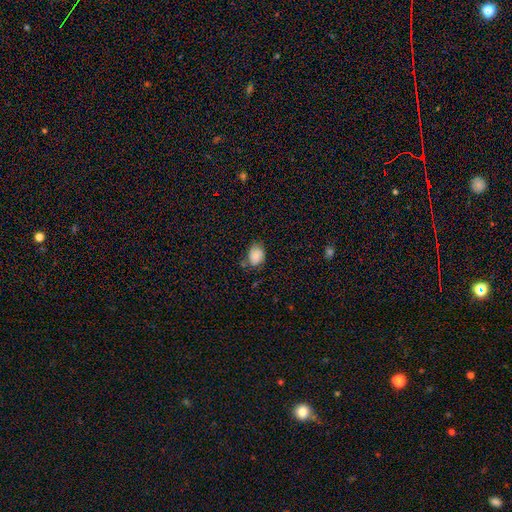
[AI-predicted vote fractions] Smooth or featured?
  - smooth: 79% *
  - featured or disk: 12%
  - star or artifact: 9%
How rounded?
  - in between: 70% *
  - round: 29%
  - cigar-shaped: 1%
Merging?
  - none: 56% *
  - minor disturbance: 30%
  - major disturbance: 9%
  - merger: 5%